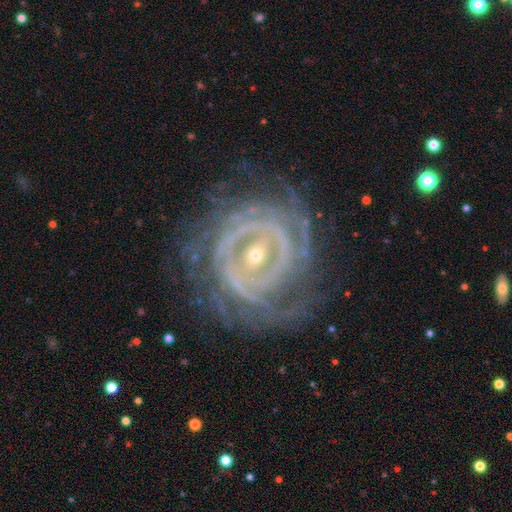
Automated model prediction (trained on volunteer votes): smooth_or_featured: featured or disk (p=0.89) [alt: star or artifact p=0.06]
disk_edge_on: no (p=0.96) [alt: yes p=0.04]
bar: no (p=0.34) [alt: weak p=0.33]
has_spiral_arms: yes (p=0.93) [alt: no p=0.07]
spiral_winding: tight (p=0.77) [alt: medium p=0.18]
spiral_arm_count: can't tell (p=0.33) [alt: 2 p=0.22]
bulge_size: small (p=0.69) [alt: moderate p=0.27]
merging: none (p=0.68) [alt: minor disturbance p=0.18]